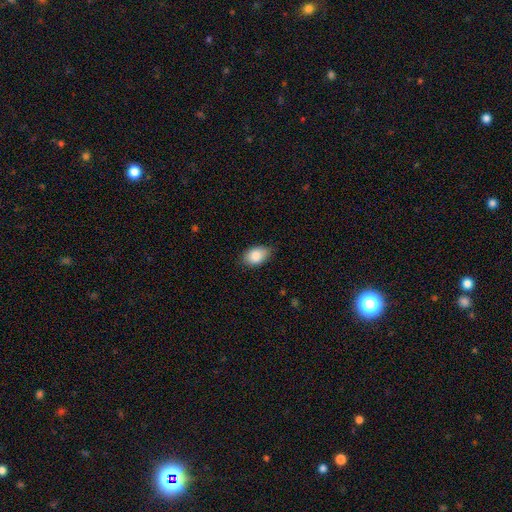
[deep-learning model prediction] smooth_or_featured: smooth (p=0.87) [alt: star or artifact p=0.07]
how_rounded: in between (p=0.88) [alt: round p=0.10]
merging: none (p=0.78) [alt: minor disturbance p=0.18]